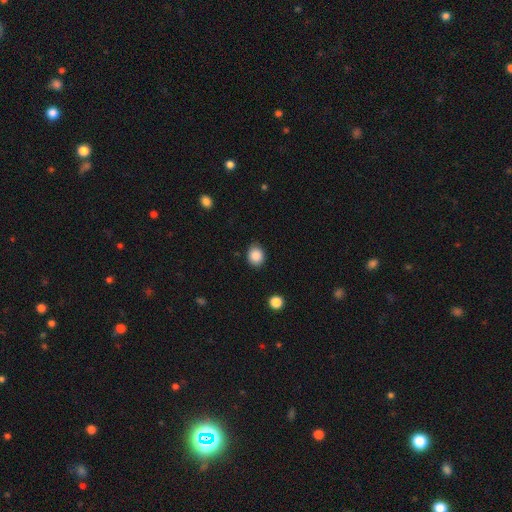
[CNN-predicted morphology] A smooth galaxy with no disk features (87%) that is round (63%). Merging: none (85%).